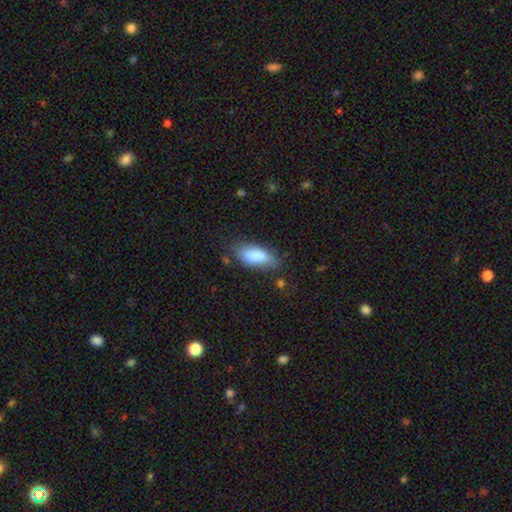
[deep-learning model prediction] smooth-or-featured: smooth: 82% | featured or disk: 12% | star or artifact: 7%
  how-rounded: in between: 81% | cigar-shaped: 17% | round: 2%
  merging: none: 64% | minor disturbance: 25% | major disturbance: 8% | merger: 4%